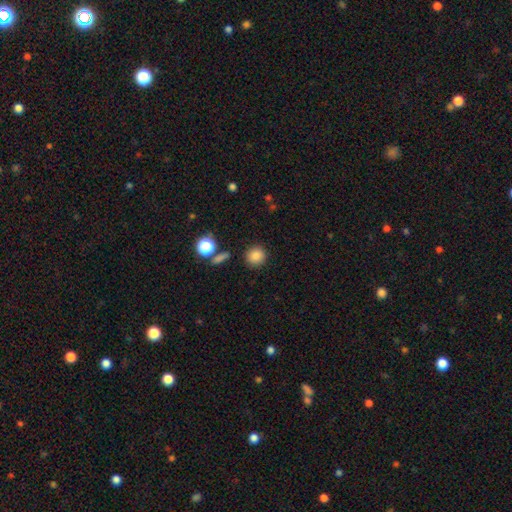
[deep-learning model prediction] Smooth or featured? Predicted: smooth (p=0.84). How rounded? Predicted: round (p=0.90). Merging? Predicted: none (p=0.87).